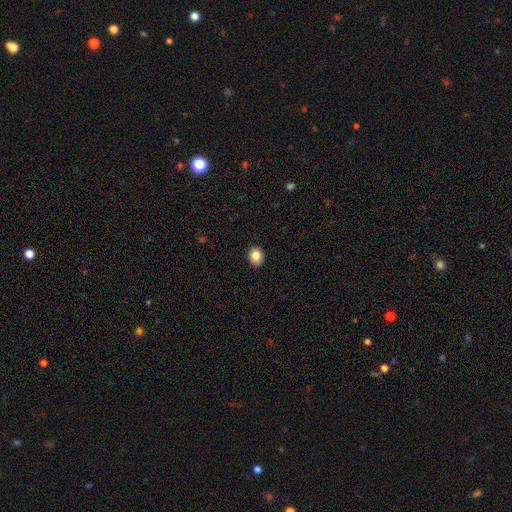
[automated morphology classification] This appears to be a smooth galaxy with no disk features (85%) that is round (58%). Merging: none (91%).